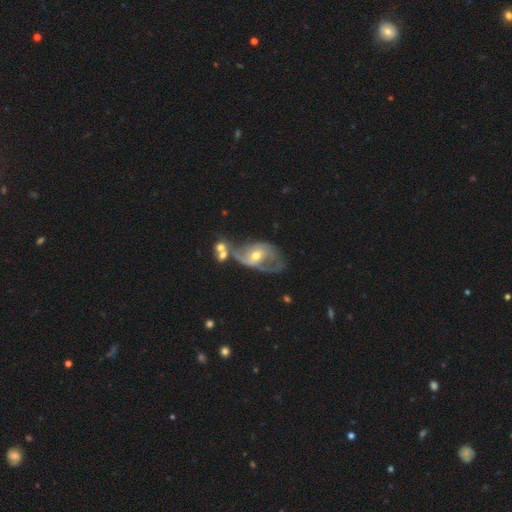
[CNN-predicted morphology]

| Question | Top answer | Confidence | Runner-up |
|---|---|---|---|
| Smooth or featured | featured or disk | 72% | smooth (18%) |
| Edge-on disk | no | 94% | yes (6%) |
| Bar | no | 53% | weak (35%) |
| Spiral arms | yes | 73% | no (27%) |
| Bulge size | moderate | 55% | small (41%) |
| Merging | merger | 35% | none (29%) |